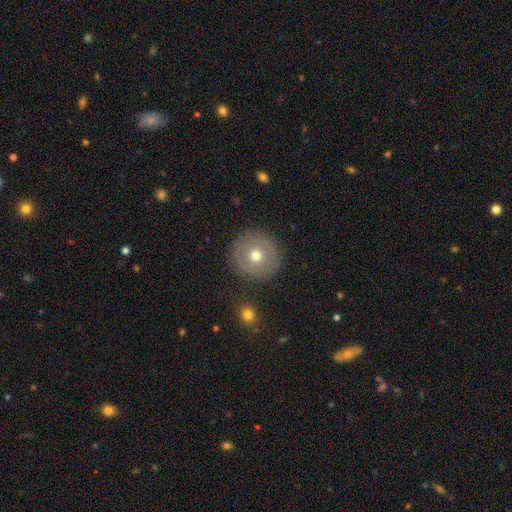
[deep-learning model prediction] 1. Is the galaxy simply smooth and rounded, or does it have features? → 63% smooth, 27% featured or disk, 10% star or artifact.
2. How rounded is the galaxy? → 95% round, 4% in between, 1% cigar-shaped.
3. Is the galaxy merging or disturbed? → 88% none, 7% minor disturbance, 3% major disturbance, 2% merger.